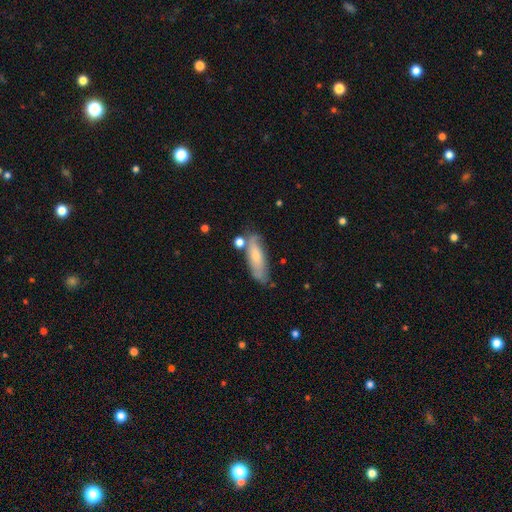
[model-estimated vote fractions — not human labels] Smooth or featured? smooth (63%)
How rounded? in between (53%)
Merging? none (60%)